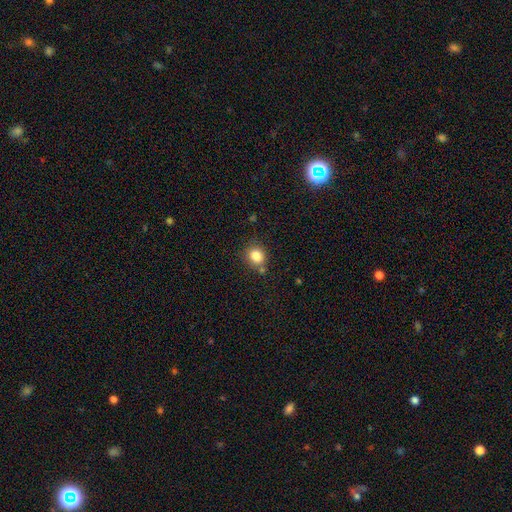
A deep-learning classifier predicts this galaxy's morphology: A smooth galaxy with no disk features (83%) that is round (75%). Merging: none (73%).